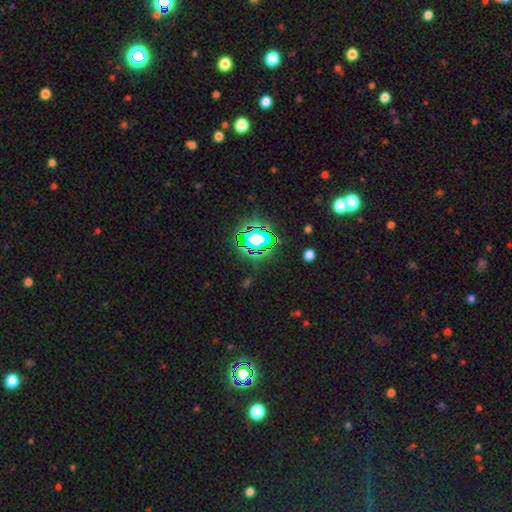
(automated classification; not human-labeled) Overall: star or artifact (76%).